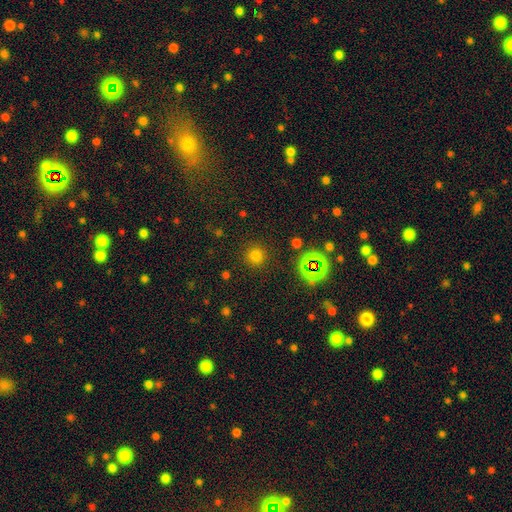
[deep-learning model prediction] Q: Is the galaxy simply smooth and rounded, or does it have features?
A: smooth — 72%.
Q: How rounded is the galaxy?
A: round — 94%.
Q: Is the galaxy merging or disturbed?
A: none — 89%.